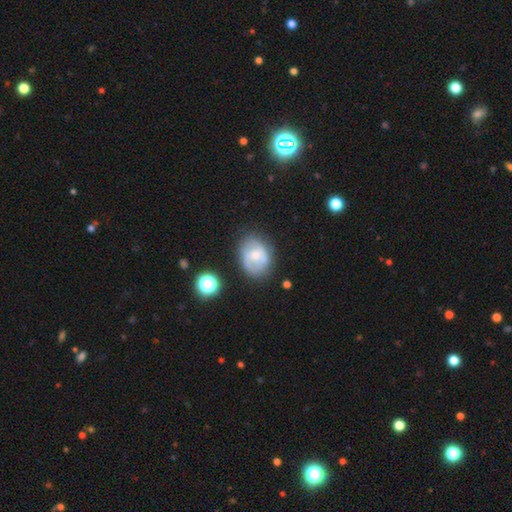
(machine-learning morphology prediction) Smooth or featured? Predicted: smooth (p=0.48). Merging? Predicted: none (p=0.65).